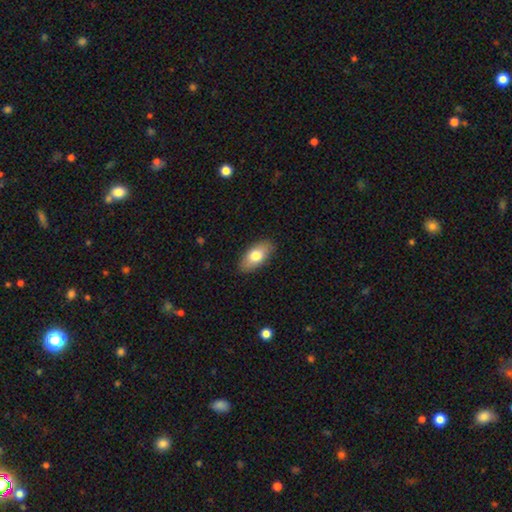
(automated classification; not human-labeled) A smooth galaxy with no disk features (75%) that is in between round and cigar-shaped (90%).

Vote fractions:
- Smooth or featured? smooth: 75% / featured or disk: 18% / star or artifact: 6%
- How rounded? in between: 90% / cigar-shaped: 6% / round: 4%
- Merging? none: 87% / minor disturbance: 10% / major disturbance: 2% / merger: 1%